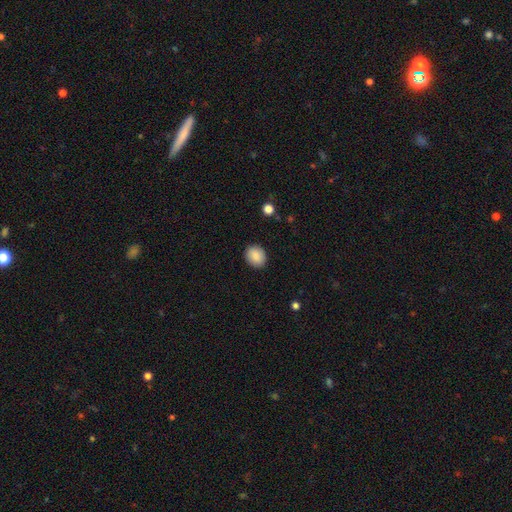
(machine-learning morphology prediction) smooth 89%, star or artifact 8%, featured or disk 4%. Down the decision tree: how rounded — round (59%); merging — none (90%).